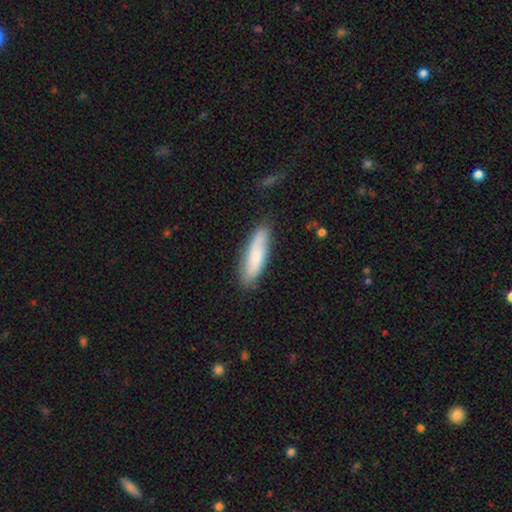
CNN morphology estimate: smooth-or-featured: smooth: 71% | featured or disk: 23% | star or artifact: 6%
  how-rounded: cigar-shaped: 60% | in between: 38% | round: 2%
  merging: none: 82% | minor disturbance: 14% | major disturbance: 3% | merger: 2%